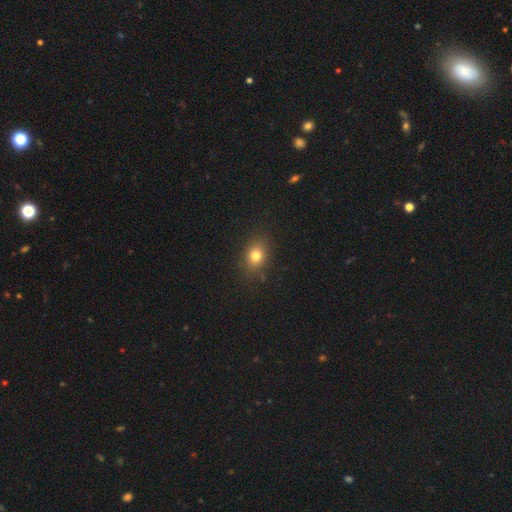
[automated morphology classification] Smooth or featured? smooth (78%)
How rounded? in between (55%)
Merging? none (85%)